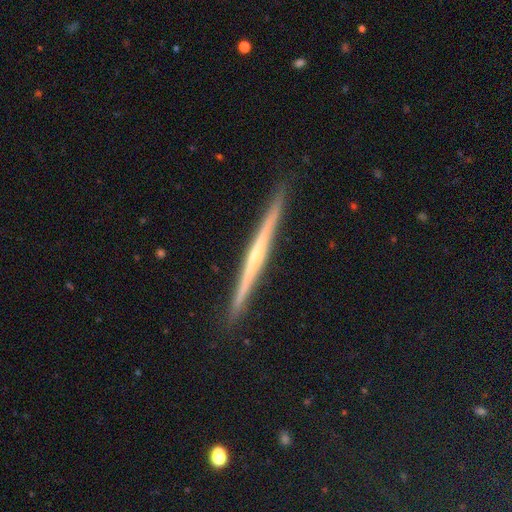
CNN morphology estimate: featured or disk 78%, smooth 16%, star or artifact 6%. Down the decision tree: edge-on disk — yes (98%); edge-on bulge — none (54%); merging — none (93%).